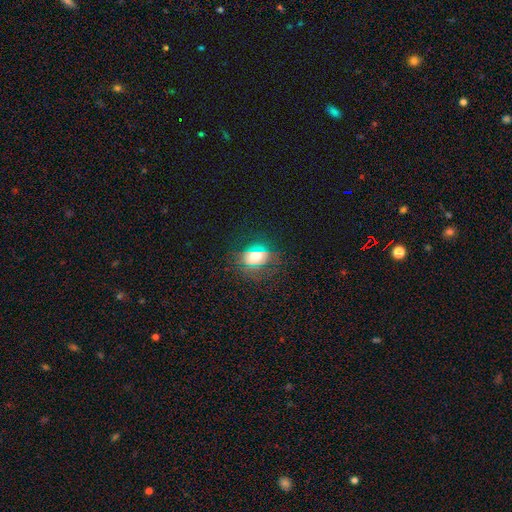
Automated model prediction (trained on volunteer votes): smooth_or_featured: smooth (p=0.58) [alt: star or artifact p=0.26]
how_rounded: round (p=0.62) [alt: in between p=0.36]
merging: none (p=0.77) [alt: minor disturbance p=0.14]